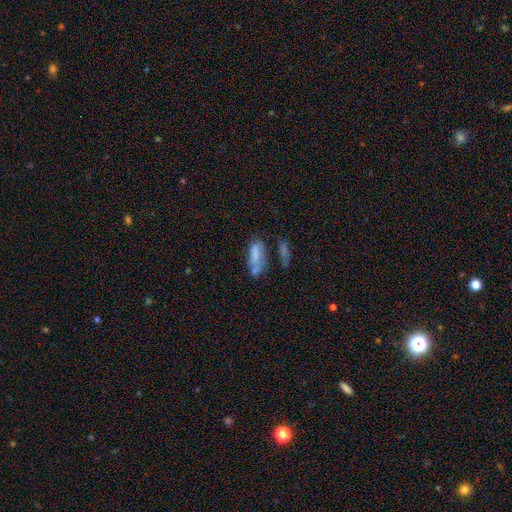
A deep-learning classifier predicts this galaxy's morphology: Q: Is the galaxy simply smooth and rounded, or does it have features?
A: smooth — 66%.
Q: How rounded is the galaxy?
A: in between — 73%.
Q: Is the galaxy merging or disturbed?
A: none — 32%.